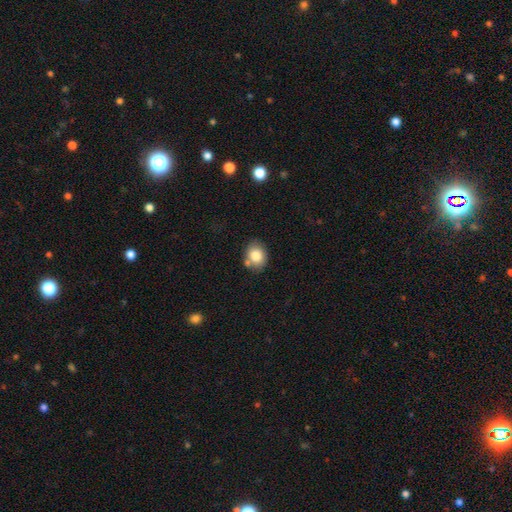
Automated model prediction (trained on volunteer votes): smooth 82%, featured or disk 10%, star or artifact 9%. Down the decision tree: how rounded — round (51%); merging — none (70%).